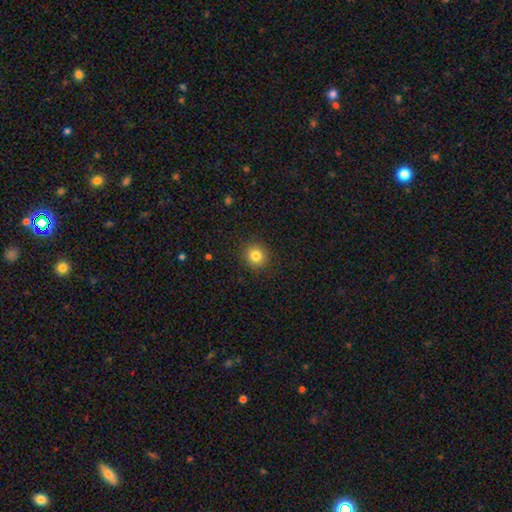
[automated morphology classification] Q: Smooth or featured?
A: smooth (82%); runner-up: star or artifact (11%)
Q: How rounded?
A: round (91%); runner-up: in between (8%)
Q: Merging?
A: none (91%); runner-up: minor disturbance (6%)